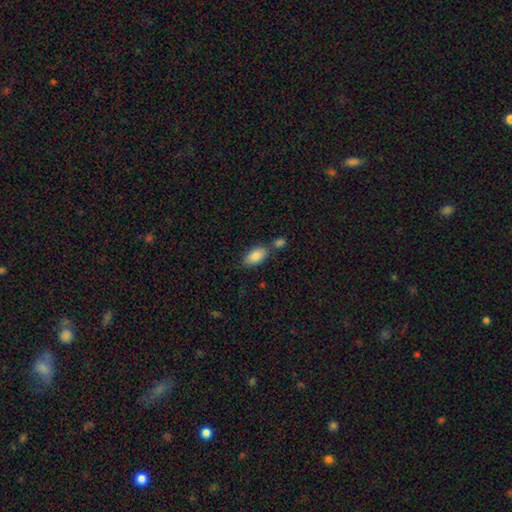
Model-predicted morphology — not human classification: smooth-or-featured: smooth: 85% | featured or disk: 8% | star or artifact: 7%
  how-rounded: in between: 92% | cigar-shaped: 4% | round: 4%
  merging: none: 62% | merger: 21% | minor disturbance: 14% | major disturbance: 4%